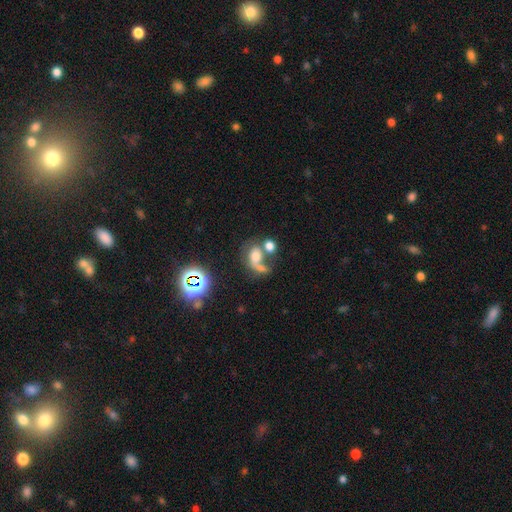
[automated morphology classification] Smooth or featured? smooth (45%)
Merging? merger (47%)